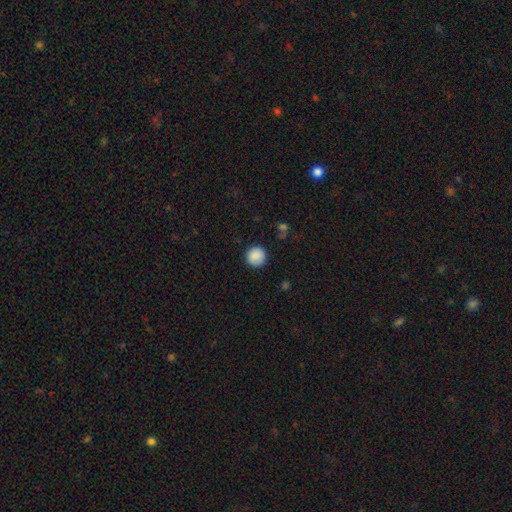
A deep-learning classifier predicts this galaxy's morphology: This is clearly a smooth galaxy (88%). How rounded: clearly round (95%). Merging: clearly none (90%).